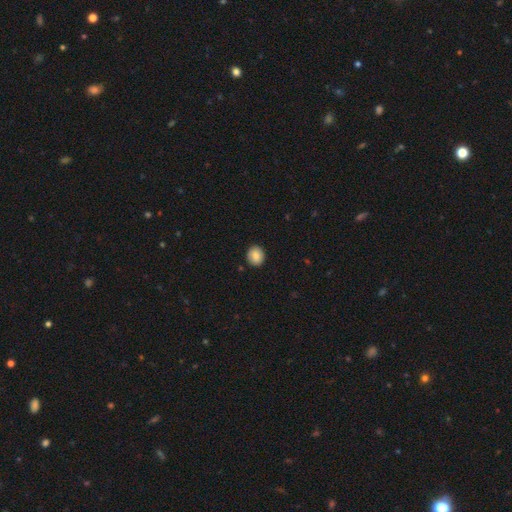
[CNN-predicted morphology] Smooth or featured? Predicted: smooth (p=0.84). How rounded? Predicted: round (p=0.80). Merging? Predicted: none (p=0.89).